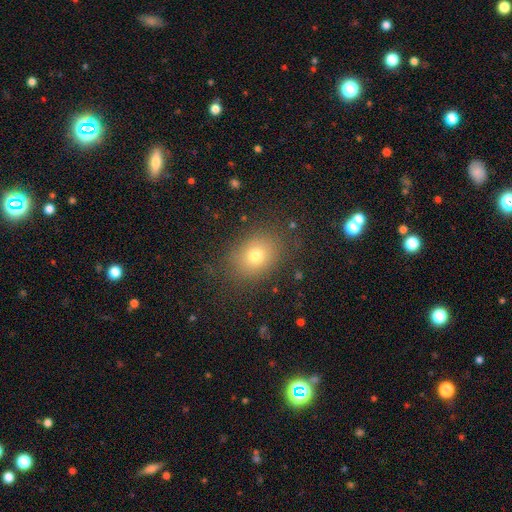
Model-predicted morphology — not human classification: Q: Smooth or featured?
A: smooth (73%); runner-up: star or artifact (14%)
Q: How rounded?
A: in between (56%); runner-up: round (43%)
Q: Merging?
A: none (83%); runner-up: minor disturbance (11%)